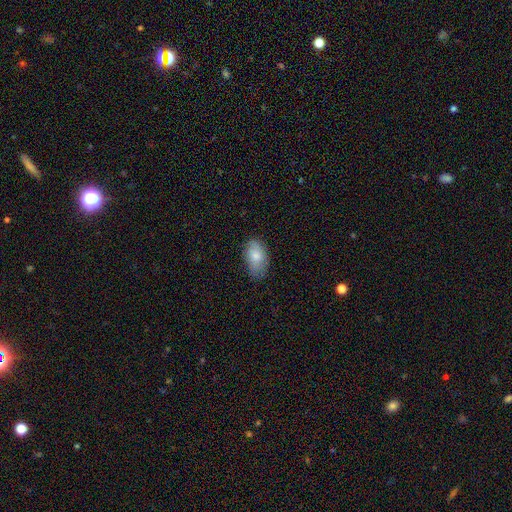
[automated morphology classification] This appears to be a smooth galaxy with no disk features (79%) that is in between round and cigar-shaped (92%). Merging: none (72%).